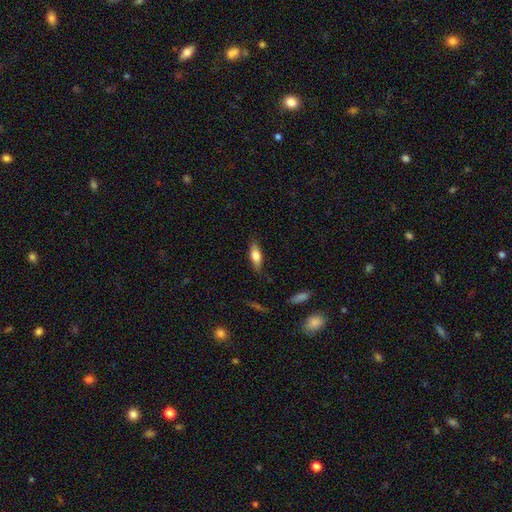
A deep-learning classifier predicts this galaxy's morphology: Smooth or featured? smooth (65%)
How rounded? in between (63%)
Merging? none (83%)